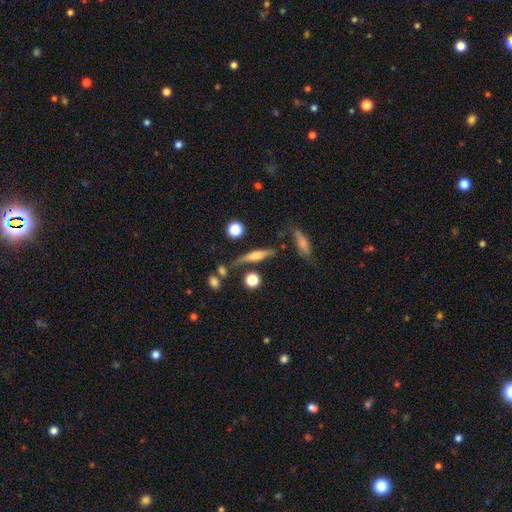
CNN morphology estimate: smooth_or_featured: featured or disk (p=0.54) [alt: smooth p=0.37]
disk_edge_on: yes (p=0.93) [alt: no p=0.07]
edge_on_bulge: rounded (p=0.78) [alt: boxy p=0.13]
merging: none (p=0.72) [alt: minor disturbance p=0.16]